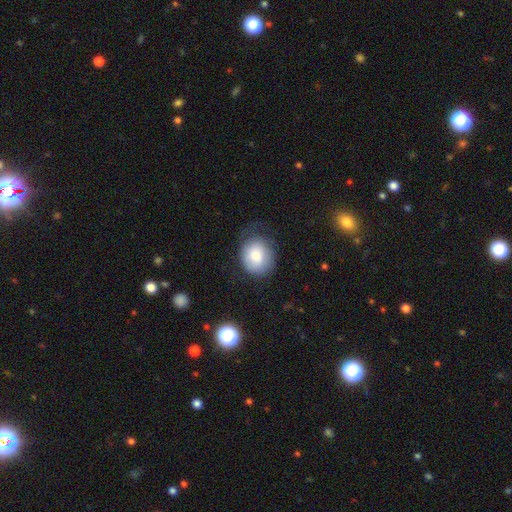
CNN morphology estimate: smooth 75%, featured or disk 17%, star or artifact 7%. Down the decision tree: how rounded — round (69%); merging — none (57%).